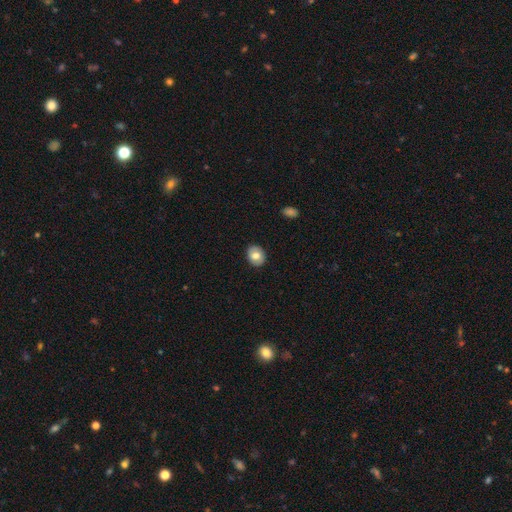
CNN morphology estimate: This appears to be a smooth galaxy with no disk features (73%) that is round (50%). Merging: none (88%).